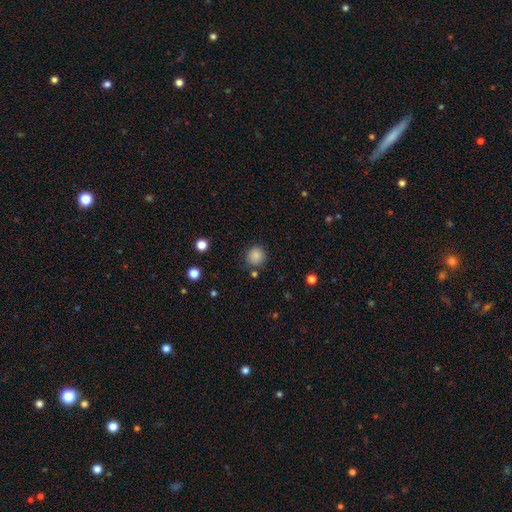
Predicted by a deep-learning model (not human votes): Smooth or featured? smooth (85%)
How rounded? round (89%)
Merging? none (80%)